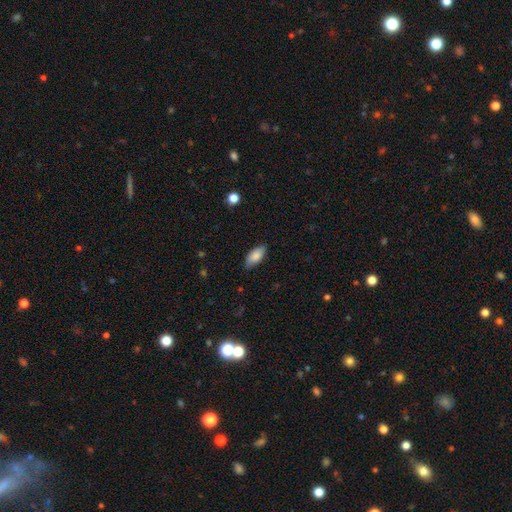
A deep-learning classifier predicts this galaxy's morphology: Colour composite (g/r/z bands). It shows a smooth galaxy with no disk features (85%) that is in between round and cigar-shaped (89%). Merging: none (80%).